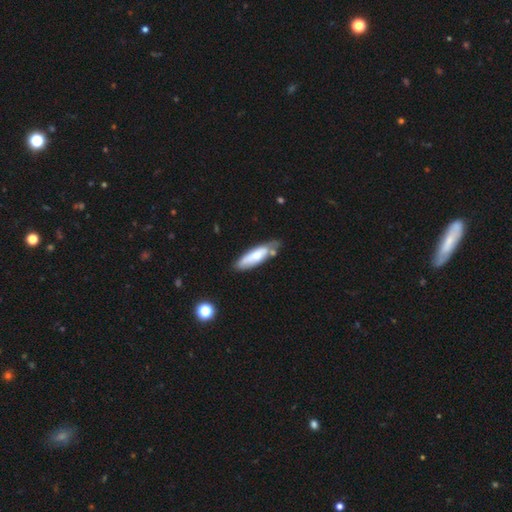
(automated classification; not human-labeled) This appears to be a smooth galaxy with no disk features (61%) that is cigar-shaped (53%). Merging: none (58%).